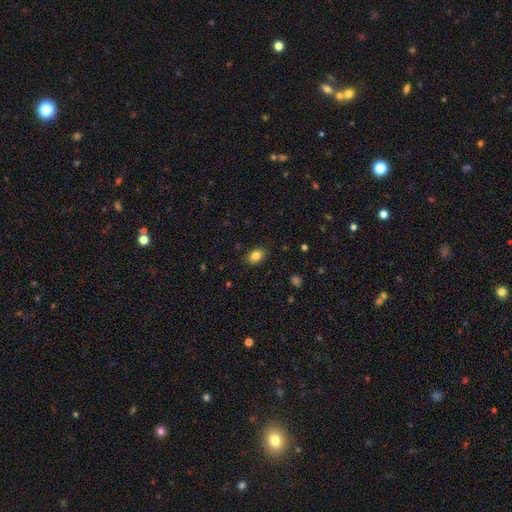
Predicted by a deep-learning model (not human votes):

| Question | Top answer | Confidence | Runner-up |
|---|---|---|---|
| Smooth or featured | smooth | 84% | star or artifact (10%) |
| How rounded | in between | 70% | round (29%) |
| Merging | none | 87% | minor disturbance (10%) |